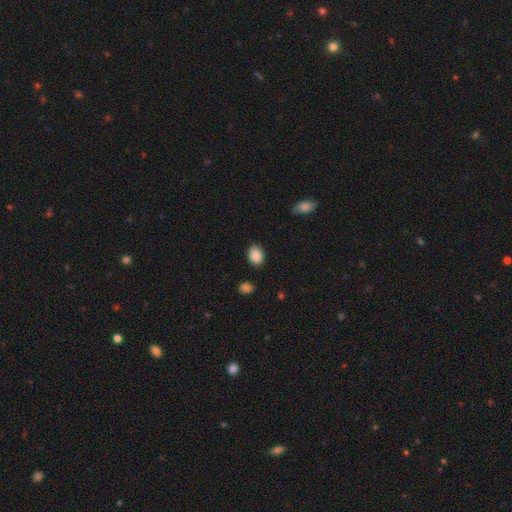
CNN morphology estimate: smooth-or-featured: smooth: 89% | star or artifact: 7% | featured or disk: 3%
  how-rounded: in between: 73% | round: 26% | cigar-shaped: 1%
  merging: none: 86% | minor disturbance: 10% | major disturbance: 3% | merger: 2%